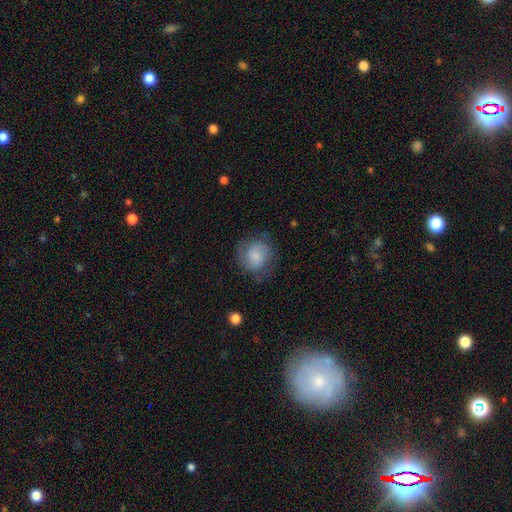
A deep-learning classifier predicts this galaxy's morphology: Smooth or featured? smooth (73%)
How rounded? round (83%)
Merging? none (69%)